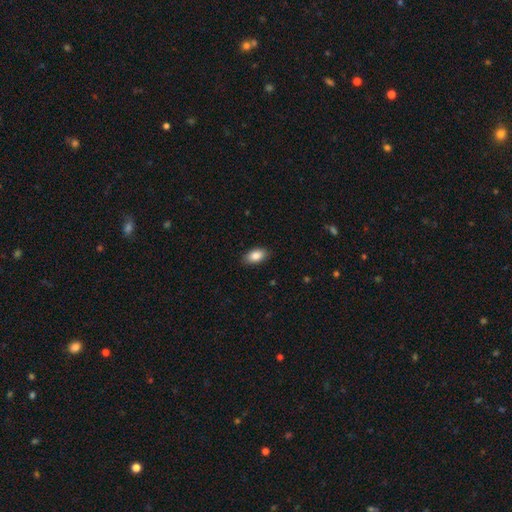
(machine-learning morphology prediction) Smooth or featured? Predicted: smooth (p=0.86). How rounded? Predicted: in between (p=0.92). Merging? Predicted: none (p=0.88).